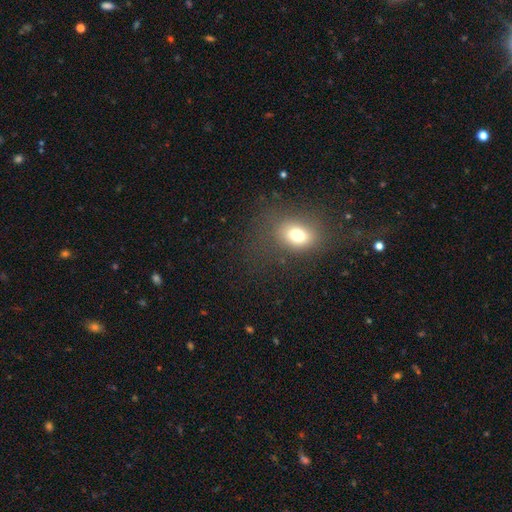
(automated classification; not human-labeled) A smooth galaxy with no disk features (62%) that is round (49%, tied with in between).

Vote fractions:
- Smooth or featured? smooth: 62% / star or artifact: 26% / featured or disk: 12%
- How rounded? round: 49% (tied) / in between: 49% (tied) / cigar-shaped: 2%
- Merging? none: 71% / minor disturbance: 17% / major disturbance: 10% / merger: 3%